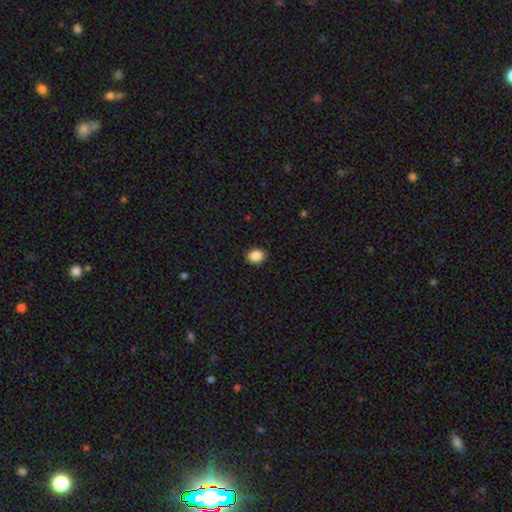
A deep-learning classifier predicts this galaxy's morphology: type=smooth (89%); roundness=in between (50%); merging=none (90%).